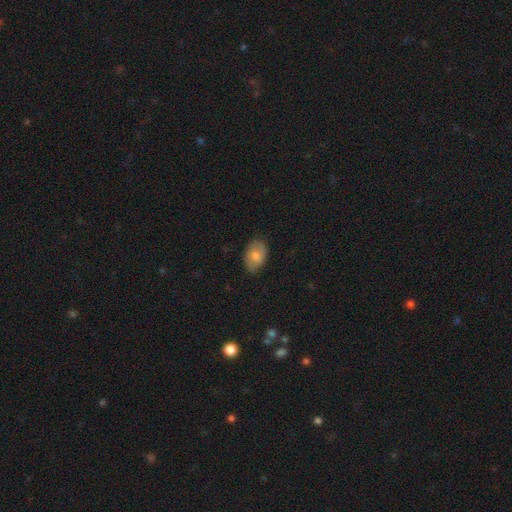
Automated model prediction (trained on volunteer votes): A smooth galaxy with no disk features (71%) that is in between round and cigar-shaped (87%).

Vote fractions:
- Smooth or featured? smooth: 71% / featured or disk: 22% / star or artifact: 7%
- How rounded? in between: 87% / round: 11% / cigar-shaped: 1%
- Merging? none: 78% / minor disturbance: 17% / major disturbance: 4% / merger: 1%